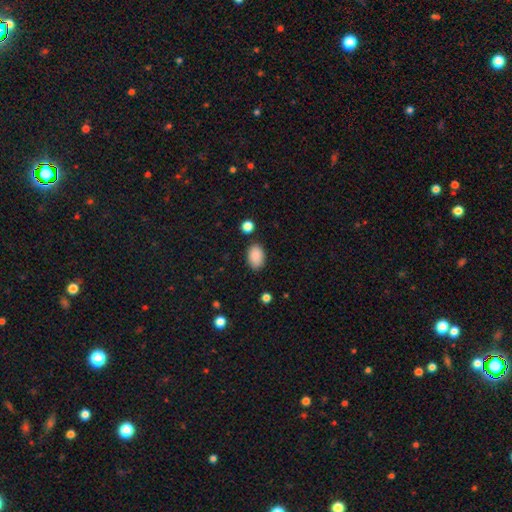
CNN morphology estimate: smooth_or_featured: smooth (p=0.89) [alt: star or artifact p=0.07]
how_rounded: in between (p=0.89) [alt: round p=0.09]
merging: none (p=0.83) [alt: minor disturbance p=0.12]